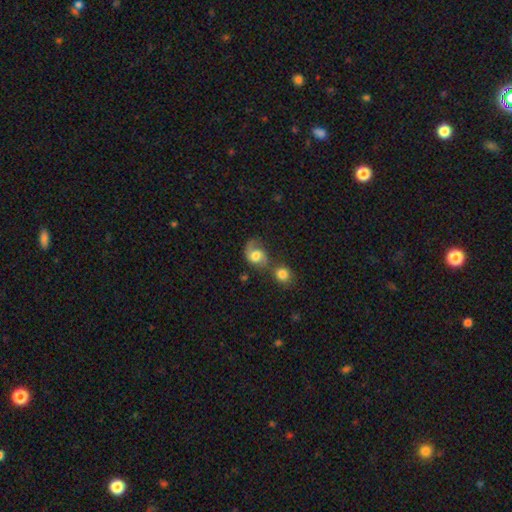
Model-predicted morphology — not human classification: A smooth galaxy with no disk features (48%).

Vote fractions:
- Smooth or featured? smooth: 48% / featured or disk: 43% / star or artifact: 10%
- Merging? none: 37% / merger: 30% / minor disturbance: 19% / major disturbance: 15%